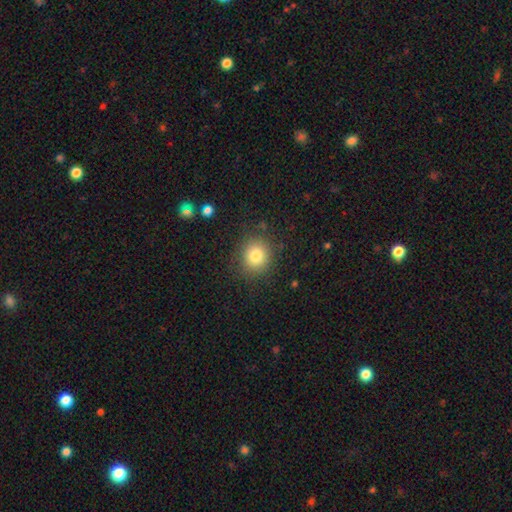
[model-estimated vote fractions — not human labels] Q: Smooth or featured?
A: smooth (80%); runner-up: star or artifact (12%)
Q: How rounded?
A: round (83%); runner-up: in between (16%)
Q: Merging?
A: none (86%); runner-up: minor disturbance (9%)